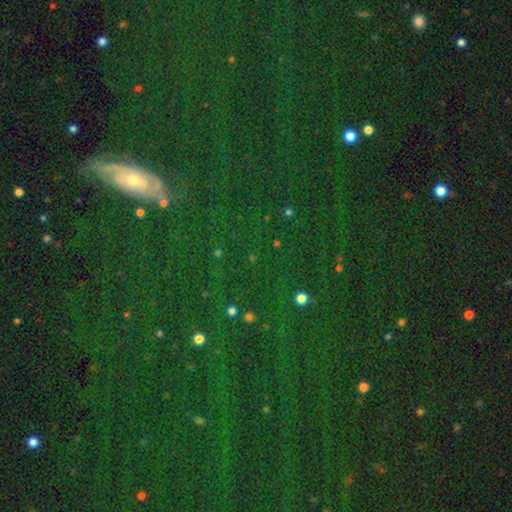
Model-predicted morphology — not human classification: smooth_or_featured: star or artifact (p=0.67) [alt: smooth p=0.20]